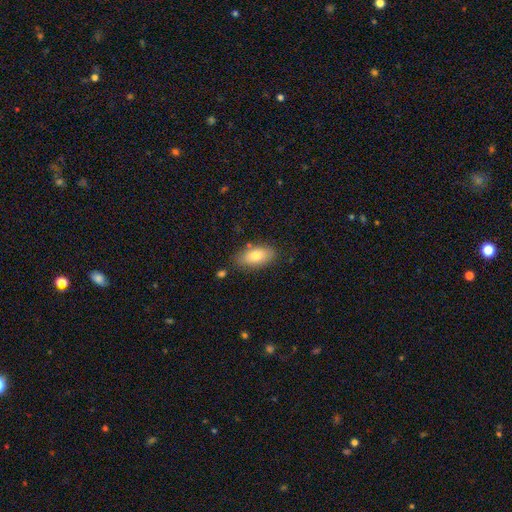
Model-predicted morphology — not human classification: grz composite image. It shows a smooth galaxy with no disk features (78%) that is in between round and cigar-shaped (90%). Merging: none (79%).